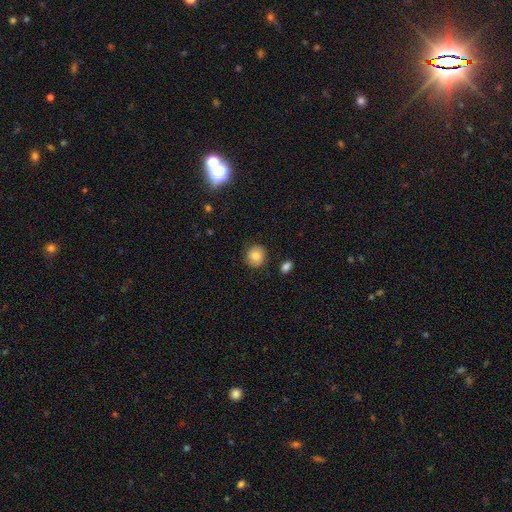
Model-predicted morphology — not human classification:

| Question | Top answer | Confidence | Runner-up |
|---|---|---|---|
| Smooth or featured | smooth | 82% | star or artifact (9%) |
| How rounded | round | 84% | in between (15%) |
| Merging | none | 86% | minor disturbance (9%) |